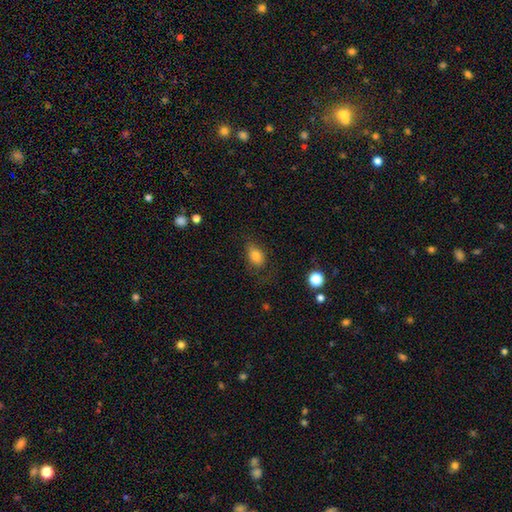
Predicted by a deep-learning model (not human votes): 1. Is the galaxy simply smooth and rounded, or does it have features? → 80% smooth, 11% featured or disk, 9% star or artifact.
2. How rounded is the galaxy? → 83% in between, 15% round, 2% cigar-shaped.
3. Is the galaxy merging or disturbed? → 60% none, 24% minor disturbance, 14% major disturbance, 2% merger.